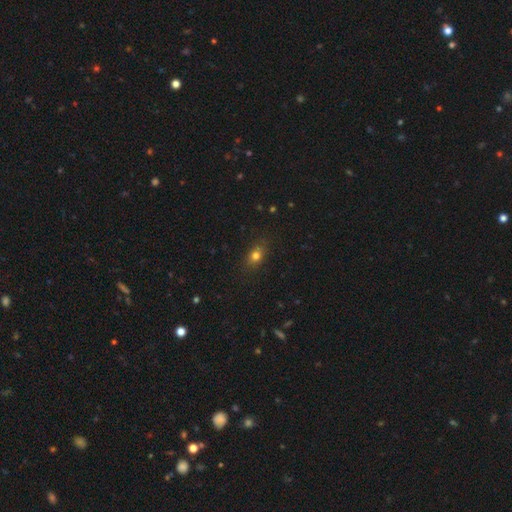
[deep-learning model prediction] Smooth or featured?
  - smooth: 77% *
  - star or artifact: 13%
  - featured or disk: 10%
How rounded?
  - in between: 65% *
  - round: 31%
  - cigar-shaped: 4%
Merging?
  - none: 84% *
  - minor disturbance: 12%
  - major disturbance: 3%
  - merger: 1%